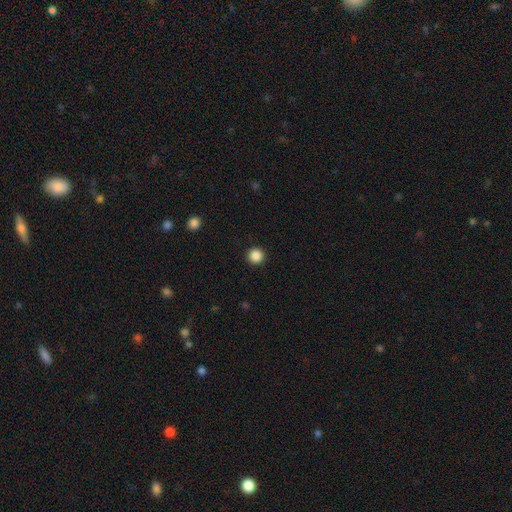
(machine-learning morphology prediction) This is clearly a smooth galaxy (87%). How rounded: clearly round (96%). Merging: clearly none (93%).